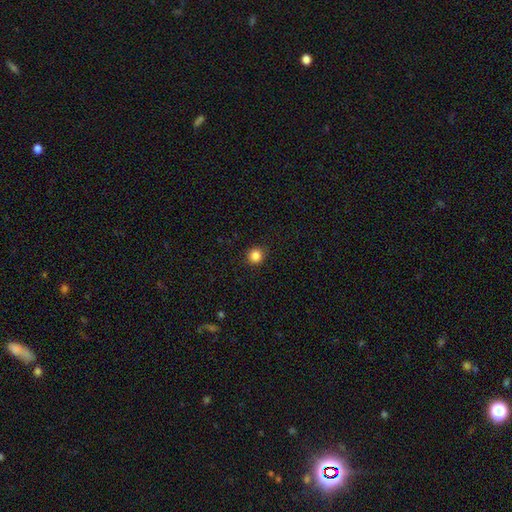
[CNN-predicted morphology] Smooth or featured: smooth — 85% (star or artifact — 11%)
How rounded: round — 93% (in between — 6%)
Merging: none — 91% (minor disturbance — 6%)